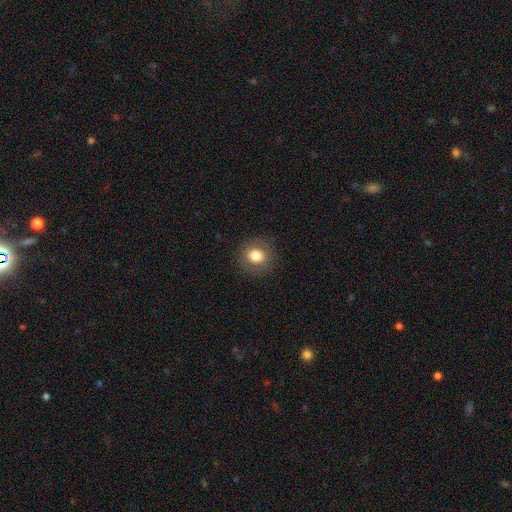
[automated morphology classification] type=smooth (80%); roundness=round (86%); merging=none (88%).